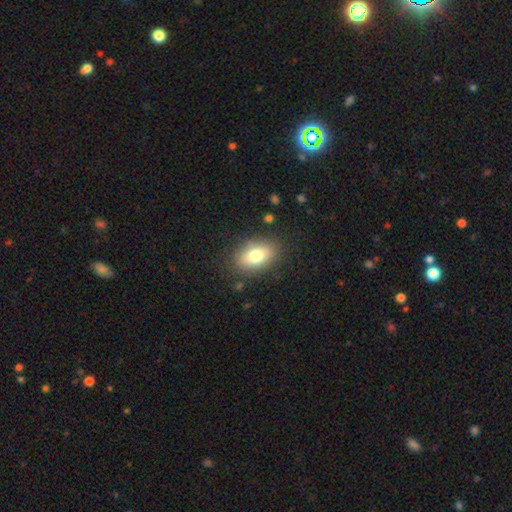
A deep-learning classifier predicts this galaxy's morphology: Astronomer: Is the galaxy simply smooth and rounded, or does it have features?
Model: smooth — 76%.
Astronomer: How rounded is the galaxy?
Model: in between — 86%.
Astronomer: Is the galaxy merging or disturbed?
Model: none — 82%.